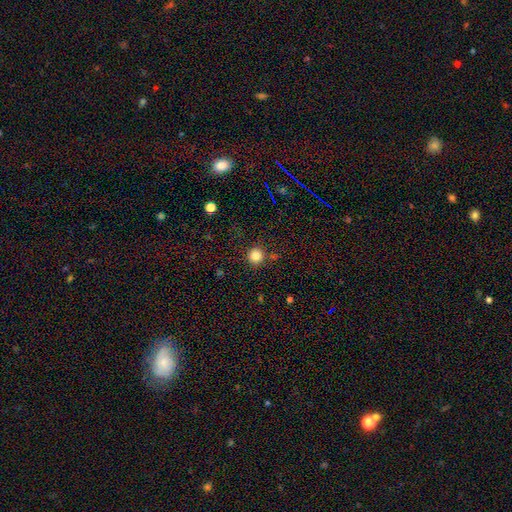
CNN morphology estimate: smooth_or_featured: smooth (p=0.83) [alt: star or artifact p=0.12]
how_rounded: round (p=0.92) [alt: in between p=0.07]
merging: none (p=0.84) [alt: minor disturbance p=0.09]